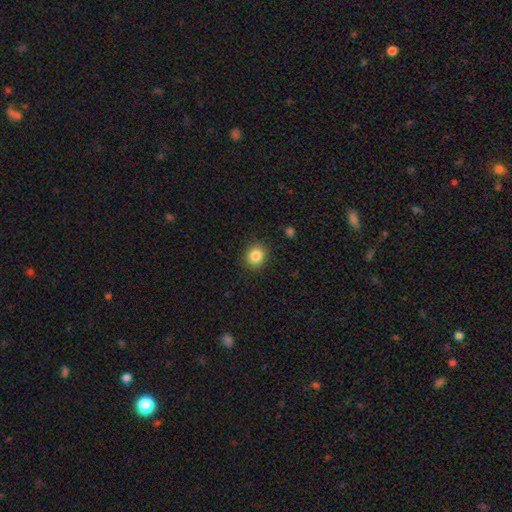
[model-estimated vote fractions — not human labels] A smooth galaxy with no disk features (86%) that is round (76%).

Vote fractions:
- Smooth or featured? smooth: 86% / star or artifact: 10% / featured or disk: 5%
- How rounded? round: 76% / in between: 23% / cigar-shaped: 1%
- Merging? none: 89% / minor disturbance: 7% / major disturbance: 2% / merger: 1%